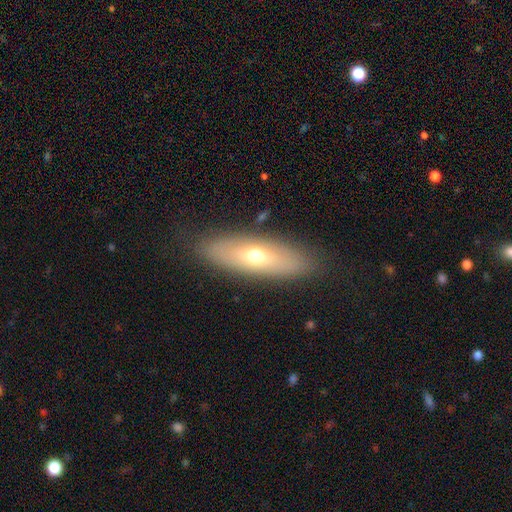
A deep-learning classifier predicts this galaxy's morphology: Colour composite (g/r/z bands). It shows a smooth galaxy with no disk features (54%) that is cigar-shaped (49%). Merging: none (85%).